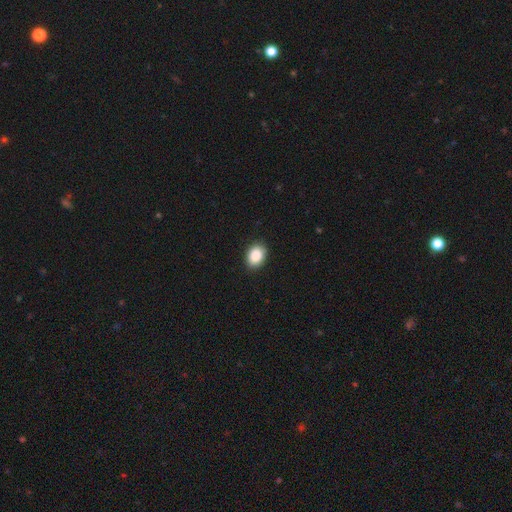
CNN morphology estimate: smooth 88%, star or artifact 8%, featured or disk 4%. Down the decision tree: how rounded — in between (71%); merging — none (89%).